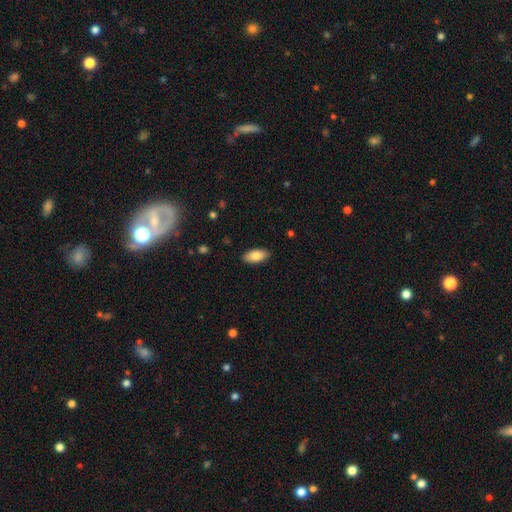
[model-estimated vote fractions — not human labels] smooth 84%, featured or disk 10%, star or artifact 7%. Down the decision tree: how rounded — in between (90%); merging — none (88%).